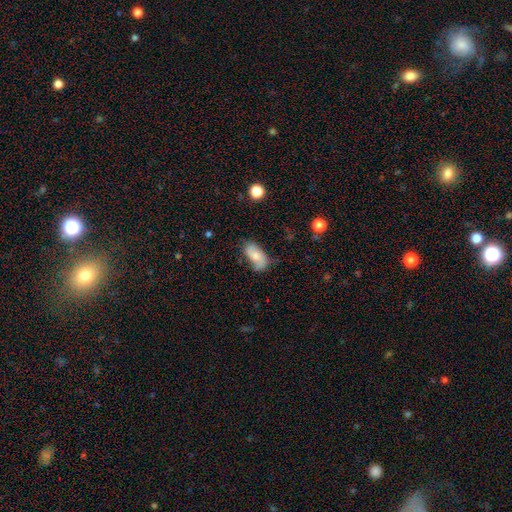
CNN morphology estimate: This is possibly a smooth galaxy (53%). How rounded: clearly in between (91%). Merging: likely none (61%).